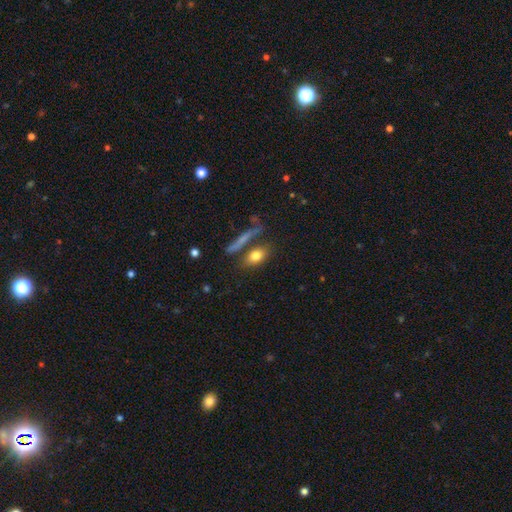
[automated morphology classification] Overall: smooth (78%). How rounded: in between (72%). Merging: none (66%).